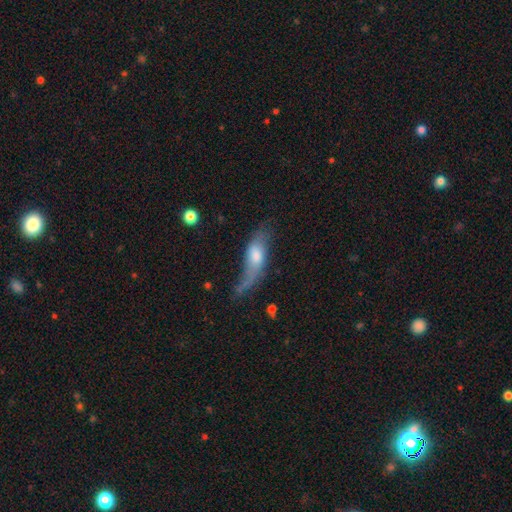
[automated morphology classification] Smooth or featured? Predicted: smooth (p=0.49). Merging? Predicted: none (p=0.34).